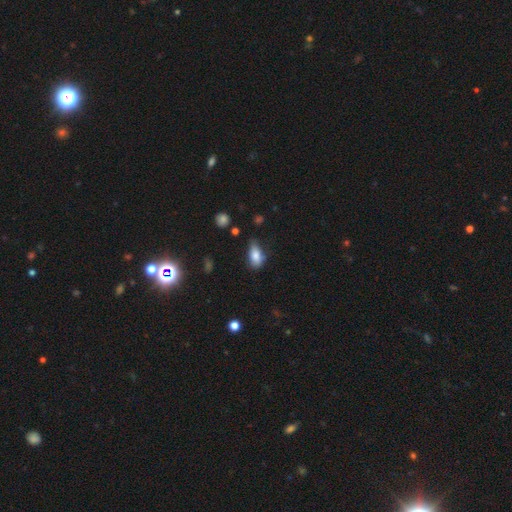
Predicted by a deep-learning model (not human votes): Smooth or featured: smooth — 80% (featured or disk — 11%)
How rounded: in between — 87% (cigar-shaped — 8%)
Merging: none — 46% (minor disturbance — 38%)